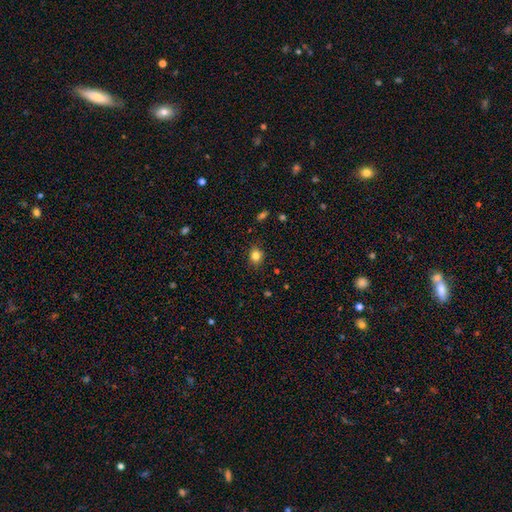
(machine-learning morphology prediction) type=smooth (82%); roundness=round (65%); merging=none (87%).